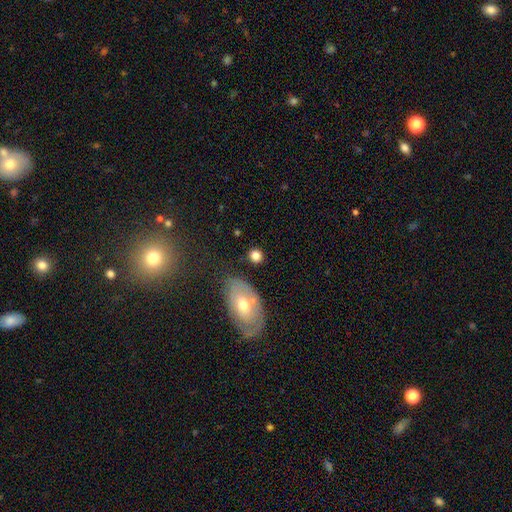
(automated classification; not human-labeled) This is likely a smooth galaxy (80%). How rounded: likely round (75%). Merging: likely none (78%).